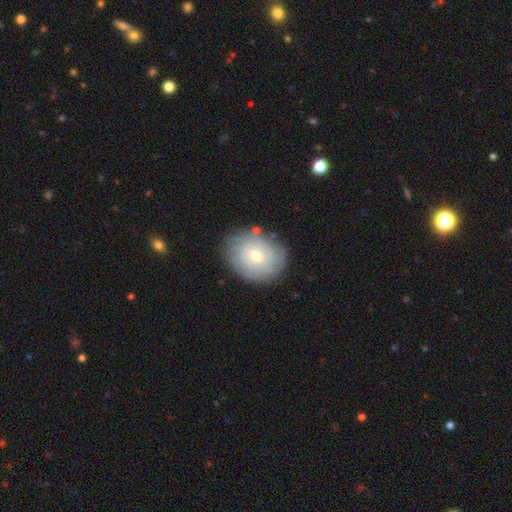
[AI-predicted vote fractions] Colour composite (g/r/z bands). It shows a featured or disk galaxy (48%). Merging: none (81%).